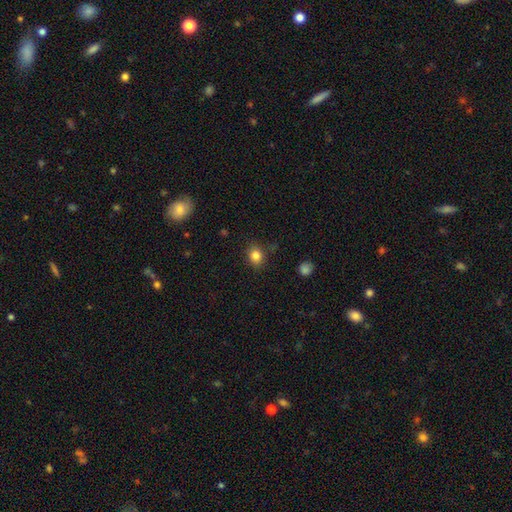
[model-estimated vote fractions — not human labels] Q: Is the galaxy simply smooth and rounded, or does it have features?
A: smooth — 83%.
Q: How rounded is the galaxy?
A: round — 57%.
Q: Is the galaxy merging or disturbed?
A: none — 84%.